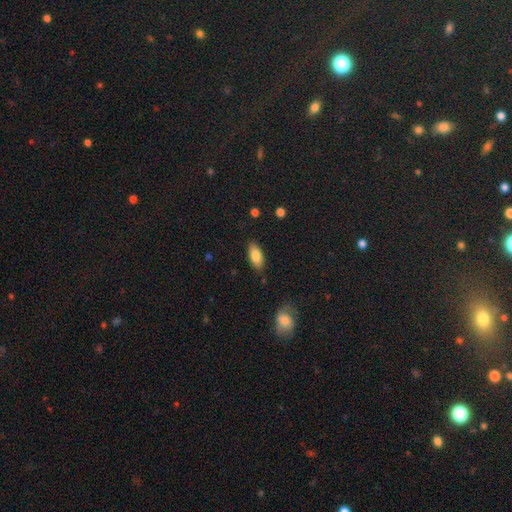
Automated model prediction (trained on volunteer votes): smooth_or_featured: smooth (p=0.82) [alt: featured or disk p=0.11]
how_rounded: in between (p=0.88) [alt: cigar-shaped p=0.09]
merging: none (p=0.84) [alt: minor disturbance p=0.12]